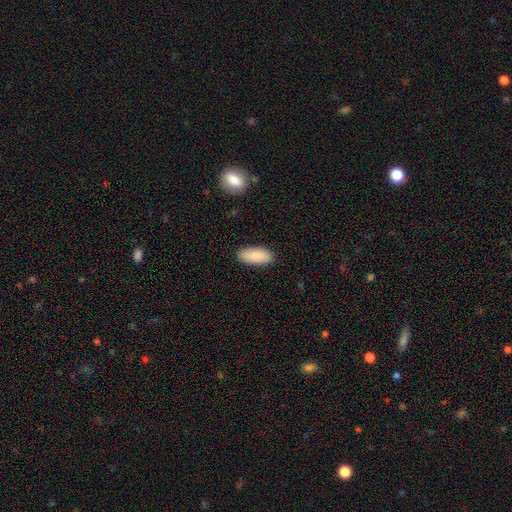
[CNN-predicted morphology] Smooth or featured? Predicted: smooth (p=0.86). How rounded? Predicted: in between (p=0.84). Merging? Predicted: none (p=0.87).